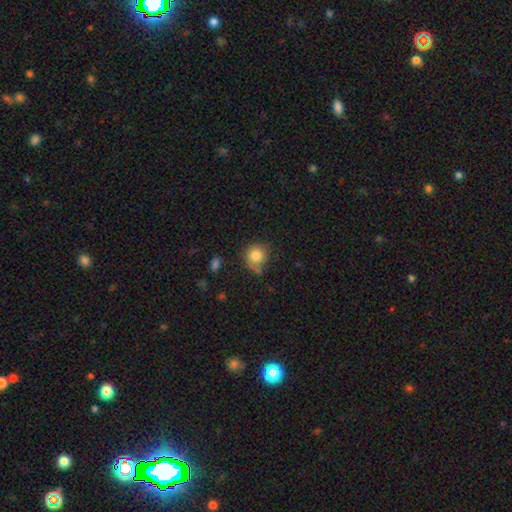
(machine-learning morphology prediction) The model was most divided on "merging": none: 65%, minor disturbance: 22%, merger: 7%, major disturbance: 6%. More confident: how rounded — round (87%); smooth or featured — smooth (82%).